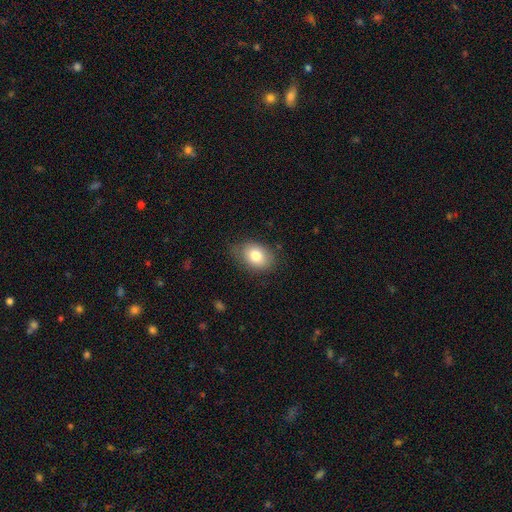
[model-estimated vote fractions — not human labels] smooth_or_featured: smooth (p=0.80) [alt: featured or disk p=0.12]
how_rounded: in between (p=0.77) [alt: round p=0.22]
merging: none (p=0.74) [alt: minor disturbance p=0.20]